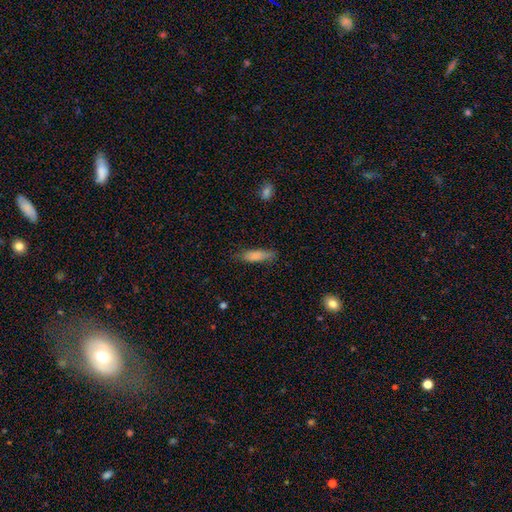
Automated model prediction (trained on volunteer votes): smooth-or-featured: smooth: 83% | featured or disk: 10% | star or artifact: 7%
  how-rounded: cigar-shaped: 63% | in between: 35% | round: 2%
  merging: none: 73% | minor disturbance: 20% | major disturbance: 5% | merger: 2%